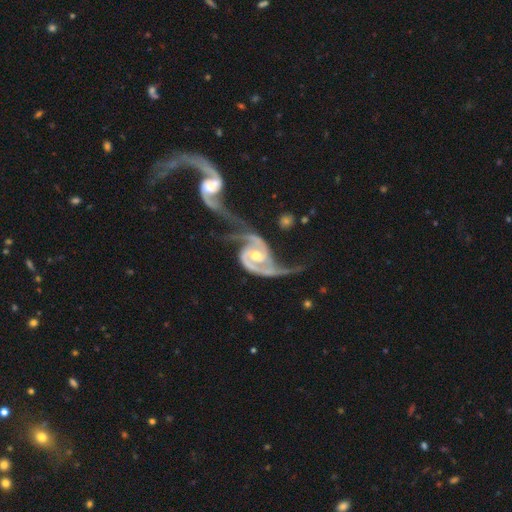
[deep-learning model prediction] smooth_or_featured: featured or disk (p=0.94) [alt: star or artifact p=0.03]
disk_edge_on: no (p=0.98) [alt: yes p=0.02]
bar: weak (p=0.40) [alt: no p=0.32]
has_spiral_arms: yes (p=0.98) [alt: no p=0.02]
spiral_winding: medium (p=0.47) [alt: loose p=0.34]
spiral_arm_count: 2 (p=0.92) [alt: 3 p=0.02]
bulge_size: moderate (p=0.71) [alt: small p=0.22]
merging: none (p=0.34) [alt: merger p=0.26]